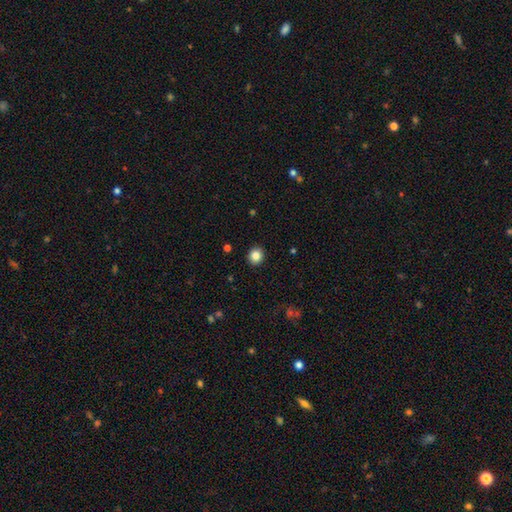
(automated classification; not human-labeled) Smooth or featured?
  - smooth: 85% *
  - star or artifact: 10%
  - featured or disk: 5%
How rounded?
  - round: 82% *
  - in between: 17%
  - cigar-shaped: 1%
Merging?
  - none: 92% *
  - minor disturbance: 5%
  - major disturbance: 2%
  - merger: 1%